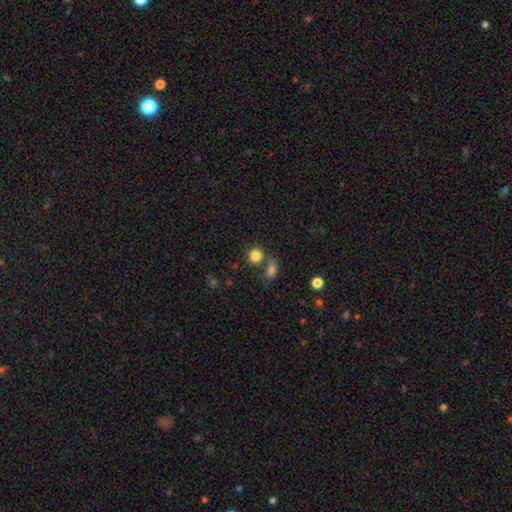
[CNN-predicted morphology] A smooth galaxy with no disk features (83%) that is round (82%).

Vote fractions:
- Smooth or featured? smooth: 83% / star or artifact: 11% / featured or disk: 6%
- How rounded? round: 82% / in between: 17% / cigar-shaped: 1%
- Merging? none: 64% / merger: 22% / minor disturbance: 10% / major disturbance: 4%